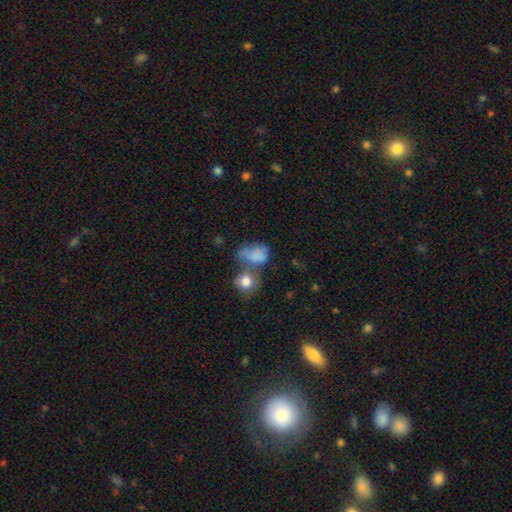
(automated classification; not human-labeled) smooth 72%, featured or disk 17%, star or artifact 11%. Down the decision tree: how rounded — in between (71%); merging — merger (31%).